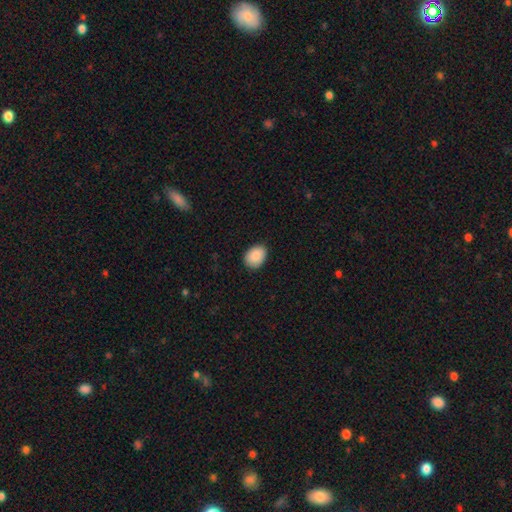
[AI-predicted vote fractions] Smooth or featured? smooth (89%)
How rounded? in between (71%)
Merging? none (86%)